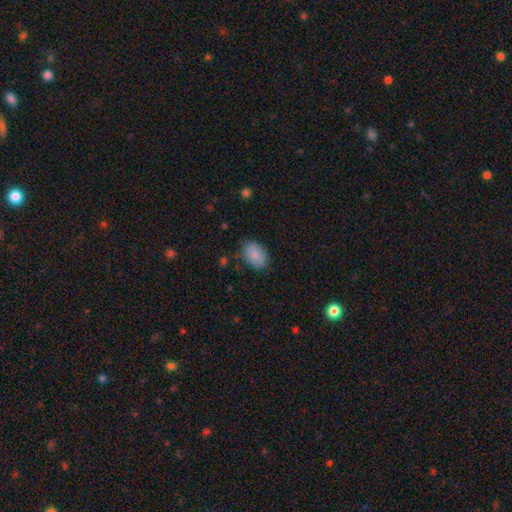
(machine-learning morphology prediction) The model was most divided on "merging": none: 79%, minor disturbance: 16%, major disturbance: 4%, merger: 1%. More confident: how rounded — in between (85%); smooth or featured — smooth (83%).